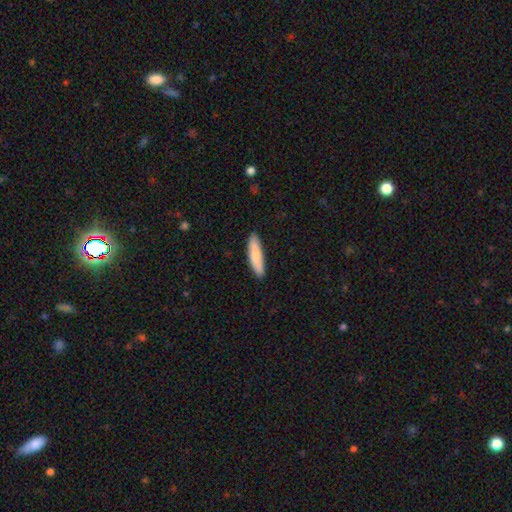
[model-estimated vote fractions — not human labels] A smooth galaxy with no disk features (77%) that is cigar-shaped (74%). Merging: none (88%).